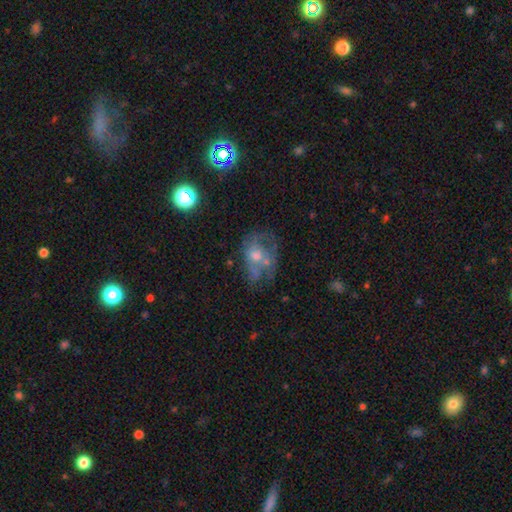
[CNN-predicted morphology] smooth-or-featured: featured or disk: 55% | smooth: 29% | star or artifact: 15%
  disk-edge-on: no: 97% | yes: 3%
    bar: no: 84% | weak: 14% | strong: 3%
    has-spiral-arms: no: 62% | yes: 38%
    bulge-size: moderate: 52% | small: 33% | none: 8% | large: 6% | dominant: 2%
  merging: none: 38% | major disturbance: 29% | minor disturbance: 21% | merger: 12%